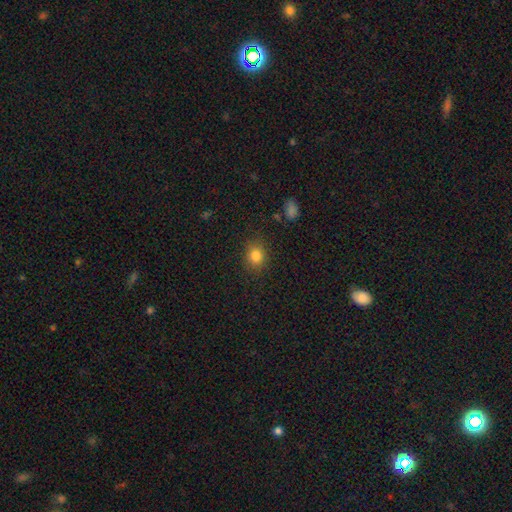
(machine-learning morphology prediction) Overall: smooth (83%). How rounded: round (66%; in between 33%). Merging: none (85%).